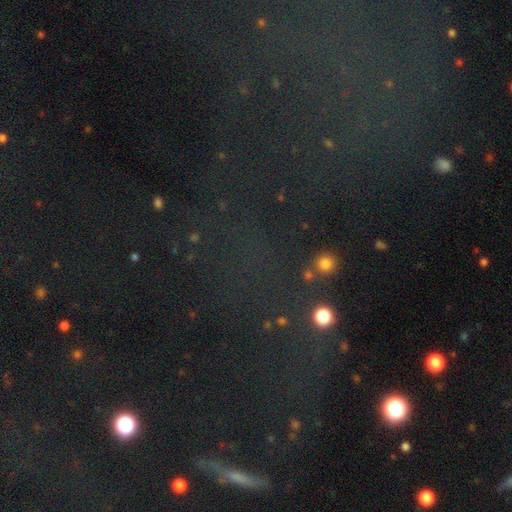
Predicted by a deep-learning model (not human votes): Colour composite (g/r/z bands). It shows a star or artifact, not a galaxy (69%).